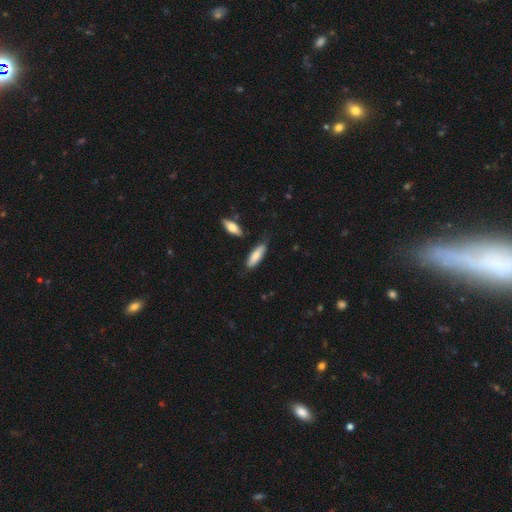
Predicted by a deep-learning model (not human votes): Smooth or featured: smooth — 81% (featured or disk — 13%)
How rounded: in between — 54% (cigar-shaped — 44%)
Merging: none — 75% (minor disturbance — 18%)